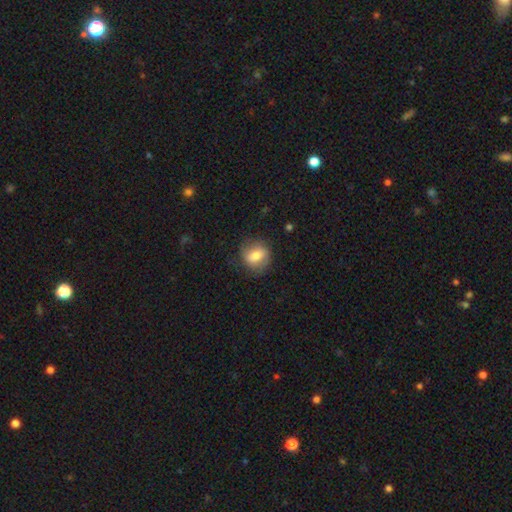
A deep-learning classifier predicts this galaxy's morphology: This appears to be a smooth galaxy with no disk features (64%) that is round (66%). Merging: none (76%).